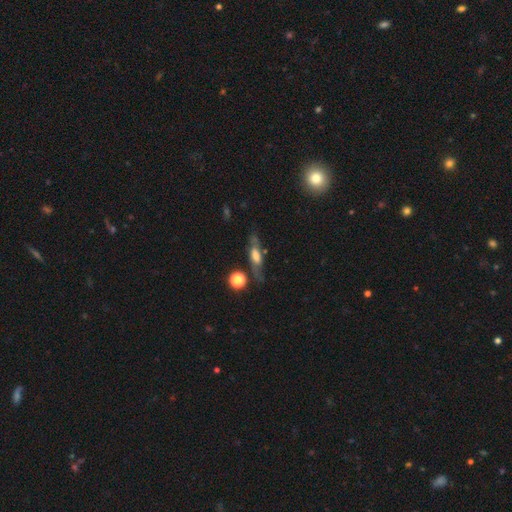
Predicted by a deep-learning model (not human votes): This appears to be a featured or disk galaxy (49%). Merging: none (64%).